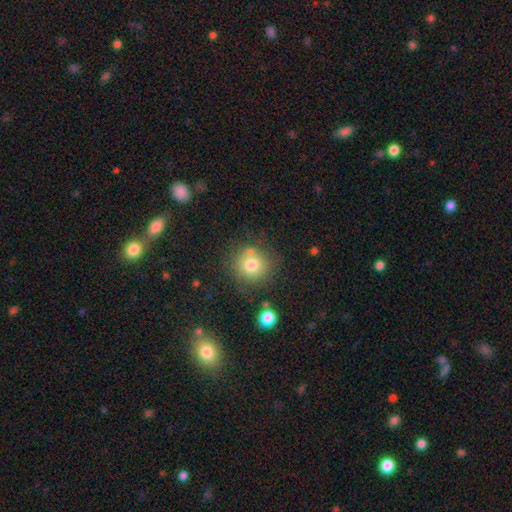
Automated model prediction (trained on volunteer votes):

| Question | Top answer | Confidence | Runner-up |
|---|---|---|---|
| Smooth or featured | smooth | 74% | star or artifact (15%) |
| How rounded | round | 91% | in between (8%) |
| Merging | none | 76% | merger (11%) |